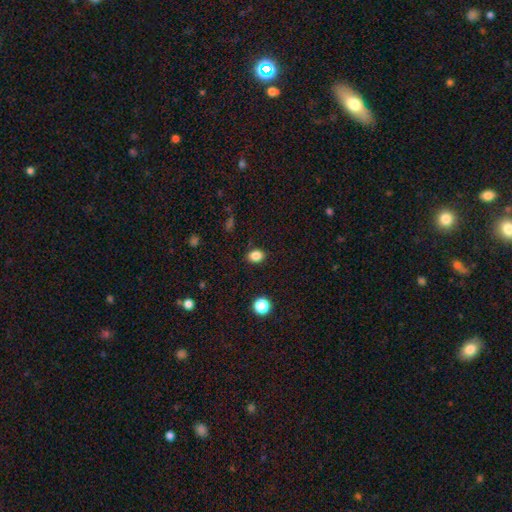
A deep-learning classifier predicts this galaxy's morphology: smooth-or-featured: smooth: 85% | star or artifact: 11% | featured or disk: 4%
  how-rounded: in between: 63% | round: 36% | cigar-shaped: 1%
  merging: none: 87% | minor disturbance: 9% | major disturbance: 2% | merger: 1%